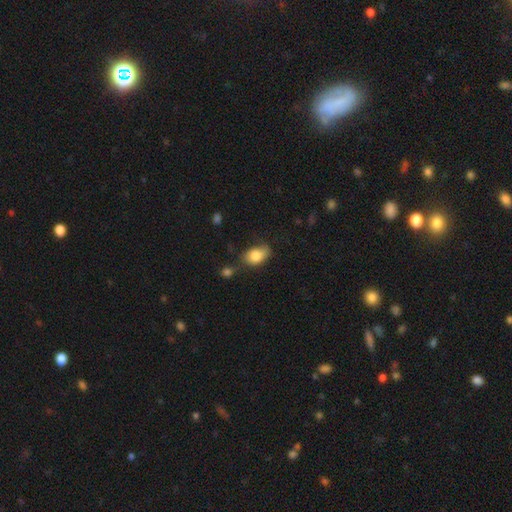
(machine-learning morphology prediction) smooth-or-featured: smooth: 81% | featured or disk: 11% | star or artifact: 8%
  how-rounded: in between: 84% | round: 14% | cigar-shaped: 2%
  merging: none: 52% | minor disturbance: 30% | merger: 9% | major disturbance: 9%